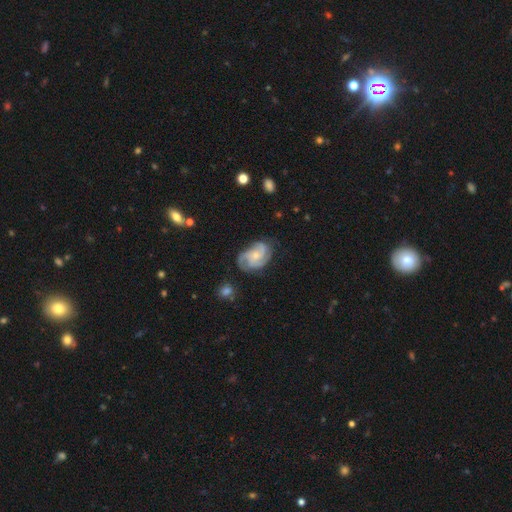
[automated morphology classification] Overall: featured or disk (81%). Edge-on disk: no (98%). Bar: no (73%). Spiral arms: yes (96%). Spiral arm count: 3 (54%; 4 14%). Spiral winding: medium (45%; tight 40%). Bulge size: small (67%; moderate 28%). Merging: none (65%).